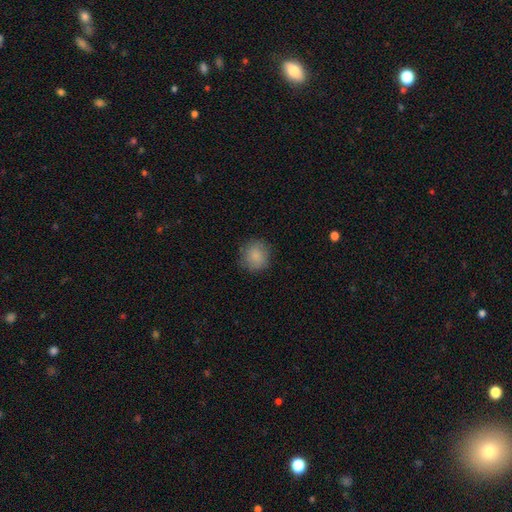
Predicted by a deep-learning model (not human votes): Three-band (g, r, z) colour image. It shows a smooth galaxy with no disk features (84%) that is round (89%). Merging: none (83%).